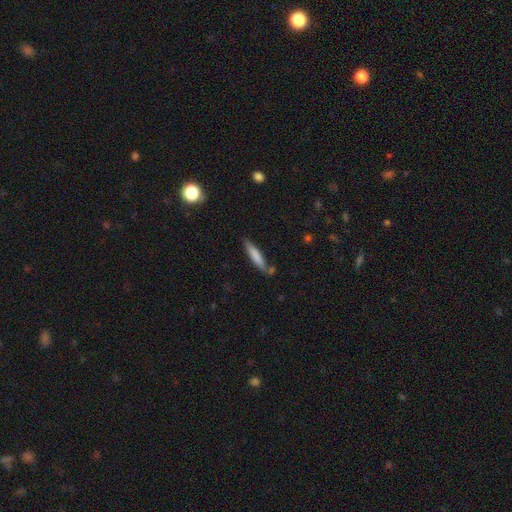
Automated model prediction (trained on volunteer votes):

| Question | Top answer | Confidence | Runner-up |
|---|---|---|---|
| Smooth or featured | smooth | 76% | featured or disk (18%) |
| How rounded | cigar-shaped | 85% | in between (13%) |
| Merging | none | 74% | minor disturbance (16%) |